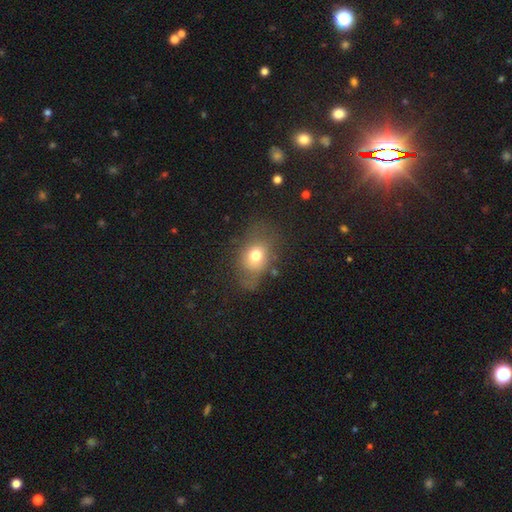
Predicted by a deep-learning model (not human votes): smooth_or_featured: smooth (p=0.70) [alt: featured or disk p=0.17]
how_rounded: in between (p=0.63) [alt: round p=0.35]
merging: none (p=0.55) [alt: minor disturbance p=0.25]